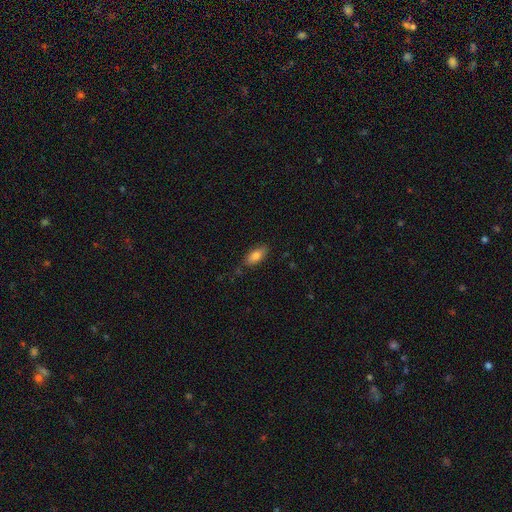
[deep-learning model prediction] A smooth galaxy with no disk features (78%) that is in between round and cigar-shaped (82%).

Vote fractions:
- Smooth or featured? smooth: 78% / featured or disk: 14% / star or artifact: 7%
- How rounded? in between: 82% / cigar-shaped: 15% / round: 3%
- Merging? none: 78% / minor disturbance: 17% / major disturbance: 3% / merger: 2%